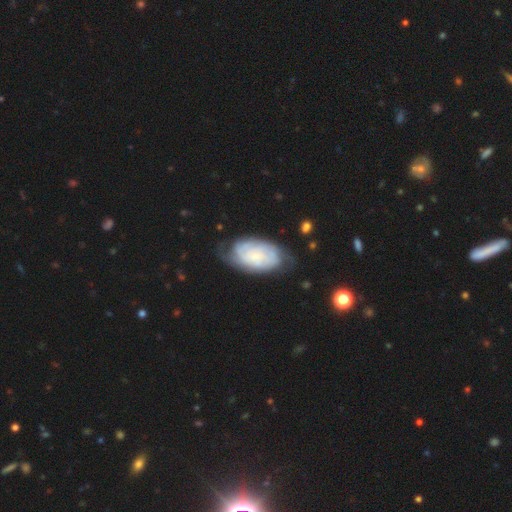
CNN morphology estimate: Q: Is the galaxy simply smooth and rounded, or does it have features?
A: featured or disk — 69%.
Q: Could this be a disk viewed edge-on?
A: no — 96%.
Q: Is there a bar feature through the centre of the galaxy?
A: no — 72%.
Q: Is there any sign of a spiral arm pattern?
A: yes — 89%.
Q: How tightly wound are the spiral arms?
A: tight — 66%.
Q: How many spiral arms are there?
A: can't tell — 51%.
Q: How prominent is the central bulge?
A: small — 59%.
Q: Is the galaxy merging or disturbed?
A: none — 60%.